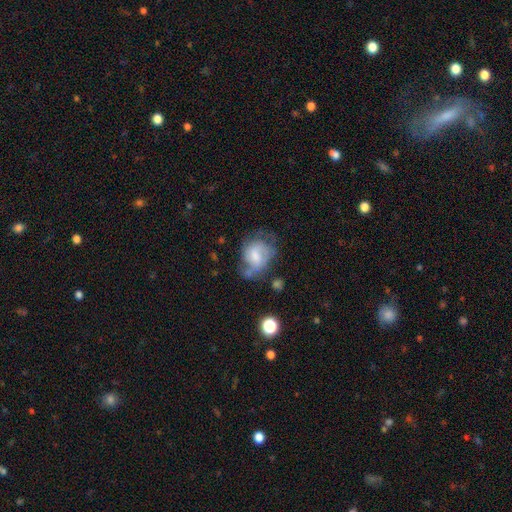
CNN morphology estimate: smooth-or-featured: featured or disk: 51% | smooth: 40% | star or artifact: 9%
  disk-edge-on: no: 97% | yes: 3%
  merging: none: 38% | minor disturbance: 28% | major disturbance: 28% | merger: 7%